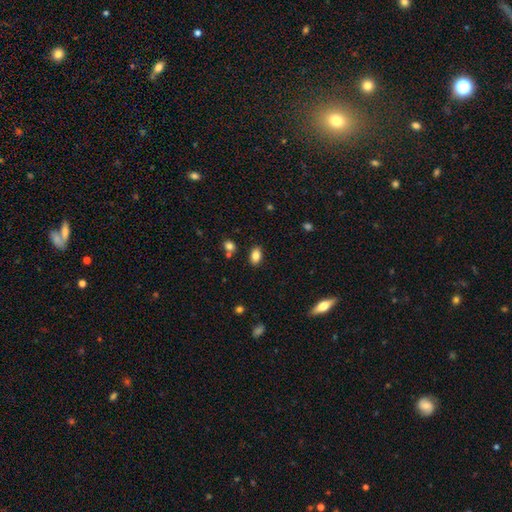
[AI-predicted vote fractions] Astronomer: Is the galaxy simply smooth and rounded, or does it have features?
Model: smooth — 83%.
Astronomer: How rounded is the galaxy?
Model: in between — 88%.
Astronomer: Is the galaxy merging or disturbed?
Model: none — 84%.